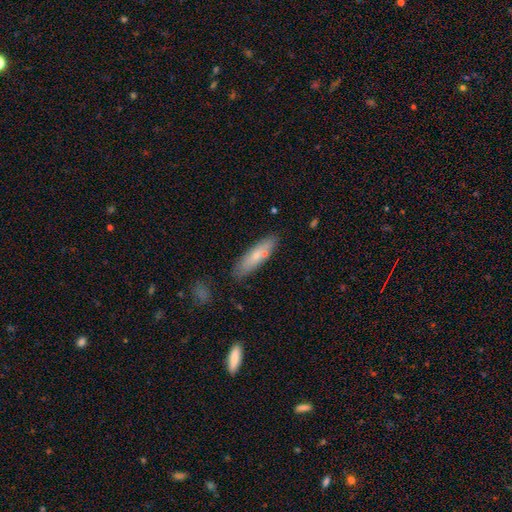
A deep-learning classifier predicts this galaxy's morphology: type=smooth (68%); roundness=cigar-shaped (66%); merging=none (78%).